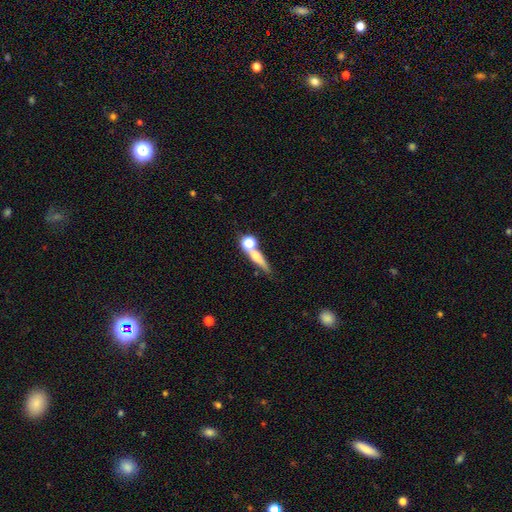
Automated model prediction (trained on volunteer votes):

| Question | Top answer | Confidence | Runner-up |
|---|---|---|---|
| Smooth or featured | smooth | 50% | featured or disk (36%) |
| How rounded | cigar-shaped | 52% | round (26%) |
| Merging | none | 51% | merger (30%) |